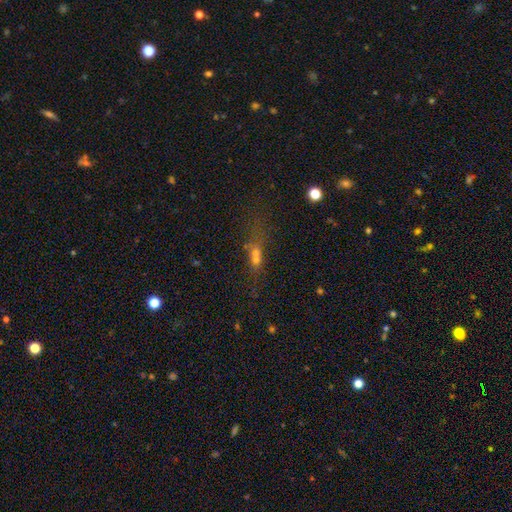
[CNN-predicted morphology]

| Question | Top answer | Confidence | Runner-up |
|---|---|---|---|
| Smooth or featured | smooth | 46% | star or artifact (28%) |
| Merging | none | 37% | merger (30%) |